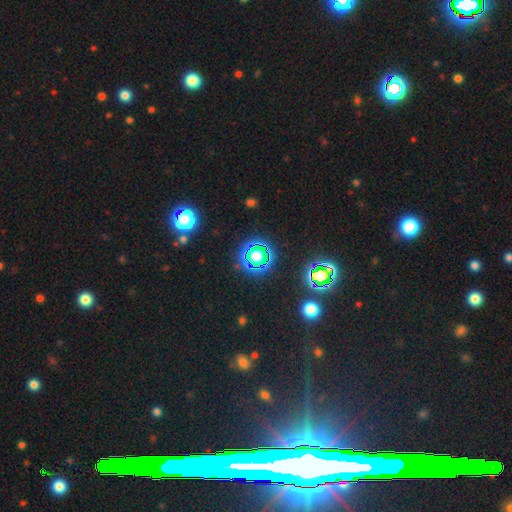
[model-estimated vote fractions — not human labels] smooth-or-featured: star or artifact: 62% | smooth: 27% | featured or disk: 11%